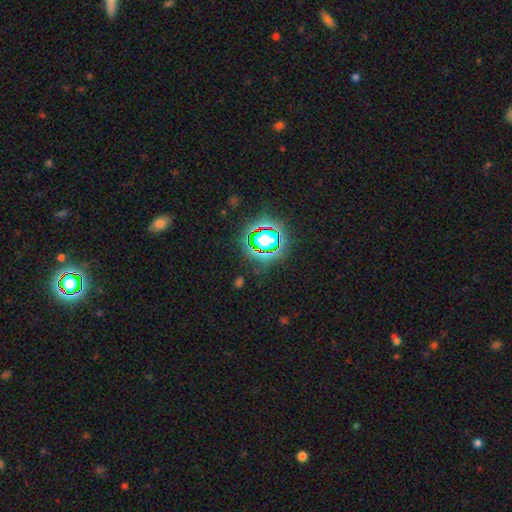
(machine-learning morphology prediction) Q: Smooth or featured?
A: star or artifact (79%); runner-up: smooth (14%)